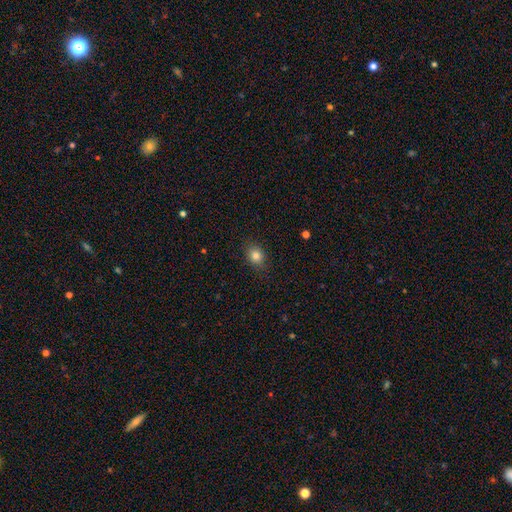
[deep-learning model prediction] This appears to be a smooth galaxy with no disk features (83%) that is round (52%). Merging: none (85%).